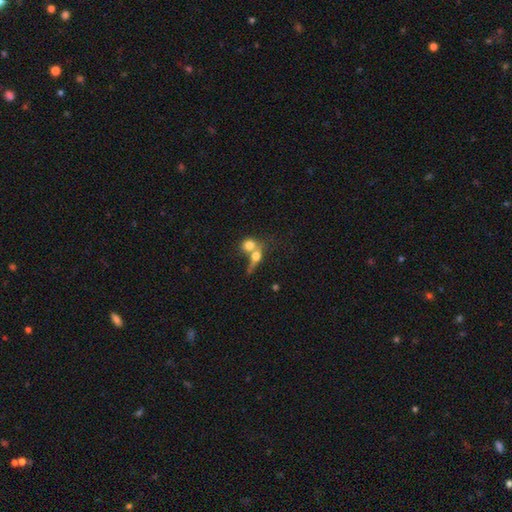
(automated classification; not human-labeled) Q: Smooth or featured?
A: smooth (65%); runner-up: featured or disk (25%)
Q: How rounded?
A: round (57%); runner-up: in between (36%)
Q: Merging?
A: merger (65%); runner-up: none (21%)